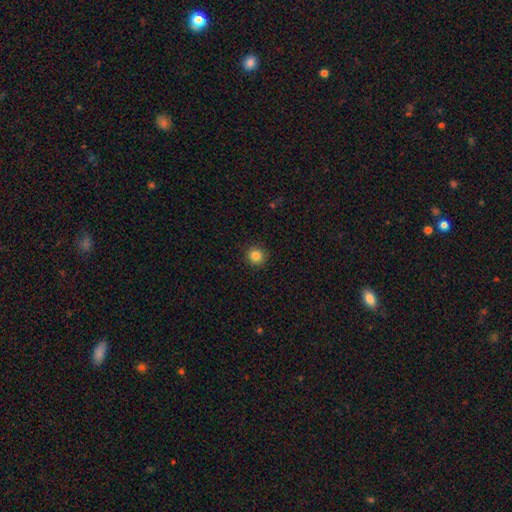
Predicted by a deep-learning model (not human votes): The model was most divided on "smooth or featured": smooth: 84%, star or artifact: 11%, featured or disk: 5%. More confident: how rounded — round (93%); merging — none (91%).